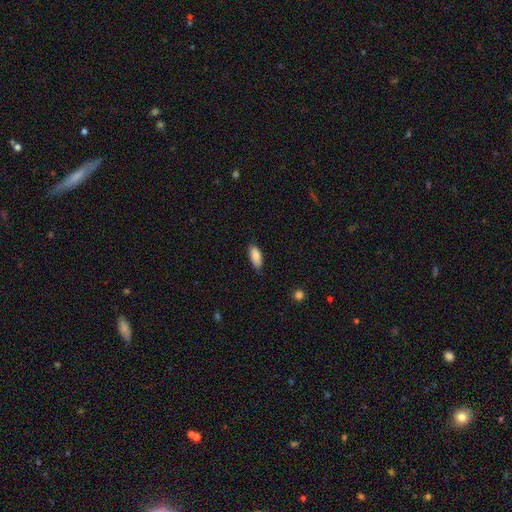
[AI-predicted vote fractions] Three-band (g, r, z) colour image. It shows a smooth galaxy with no disk features (87%) that is in between round and cigar-shaped (83%). Merging: none (80%).